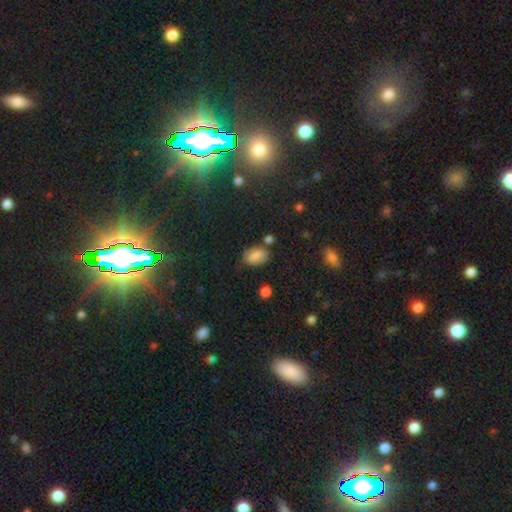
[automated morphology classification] This appears to be a smooth galaxy with no disk features (75%) that is in between round and cigar-shaped (87%). Merging: none (65%).